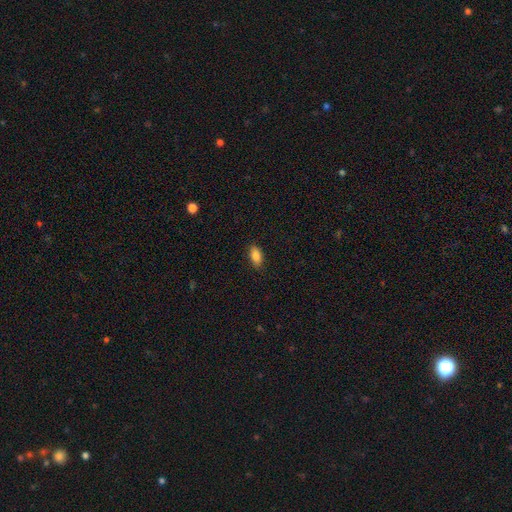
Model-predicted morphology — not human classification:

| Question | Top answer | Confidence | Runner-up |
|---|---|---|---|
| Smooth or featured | smooth | 86% | star or artifact (8%) |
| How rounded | in between | 89% | cigar-shaped (7%) |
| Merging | none | 87% | minor disturbance (10%) |